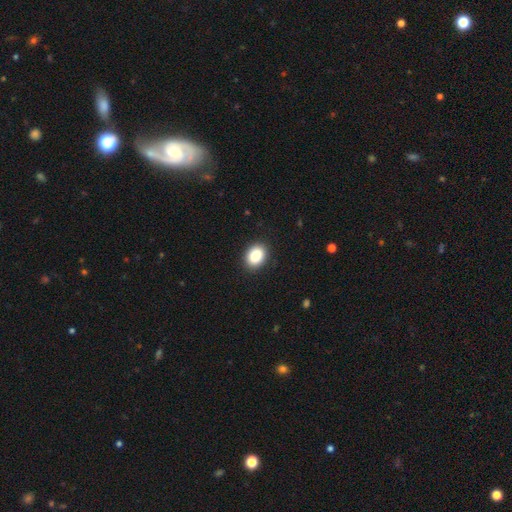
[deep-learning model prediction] smooth_or_featured: smooth (p=0.87) [alt: star or artifact p=0.08]
how_rounded: in between (p=0.67) [alt: round p=0.32]
merging: none (p=0.90) [alt: minor disturbance p=0.07]